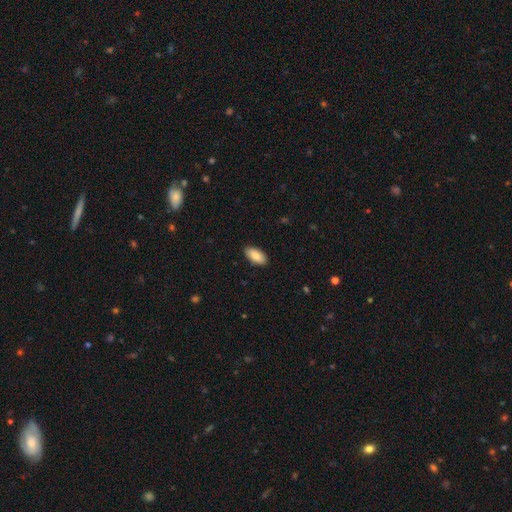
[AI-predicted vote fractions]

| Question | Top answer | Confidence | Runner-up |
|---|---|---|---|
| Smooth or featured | smooth | 88% | star or artifact (6%) |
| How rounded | in between | 91% | cigar-shaped (7%) |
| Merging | none | 89% | minor disturbance (9%) |